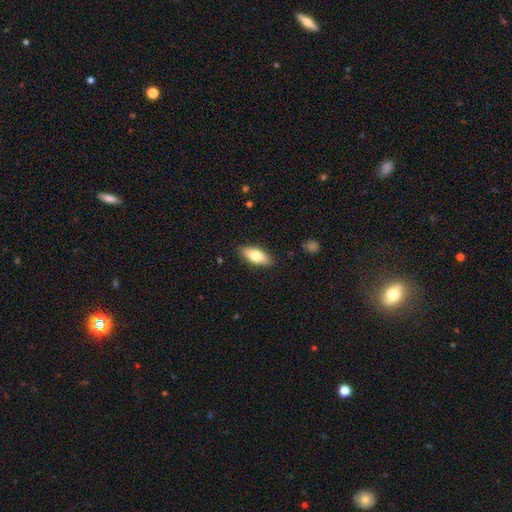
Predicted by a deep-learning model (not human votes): The model was most divided on "smooth or featured": smooth: 75%, featured or disk: 19%, star or artifact: 6%. More confident: merging — none (86%); how rounded — in between (79%).